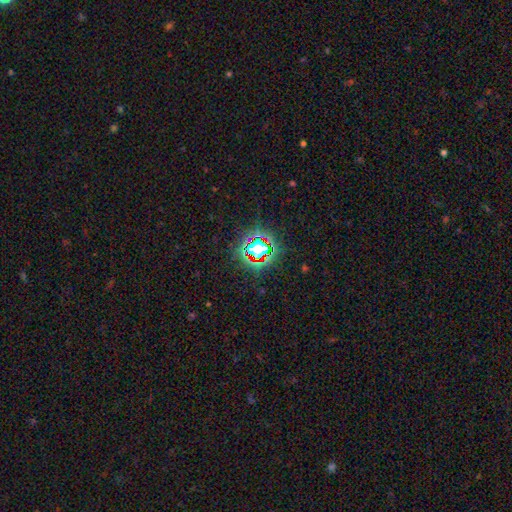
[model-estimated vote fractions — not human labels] smooth-or-featured: star or artifact: 69% | smooth: 20% | featured or disk: 11%